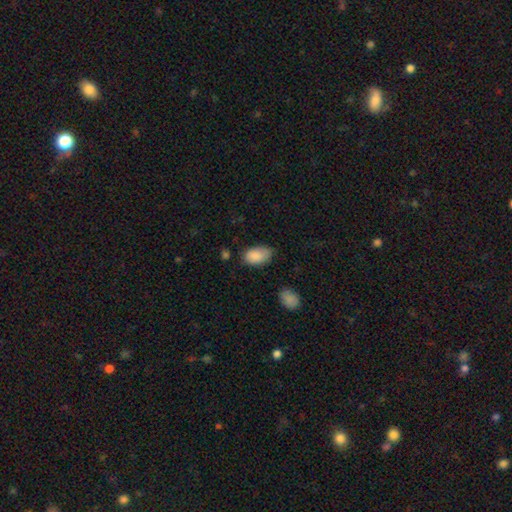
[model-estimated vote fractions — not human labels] A smooth galaxy with no disk features (87%) that is in between round and cigar-shaped (92%). Merging: none (62%).